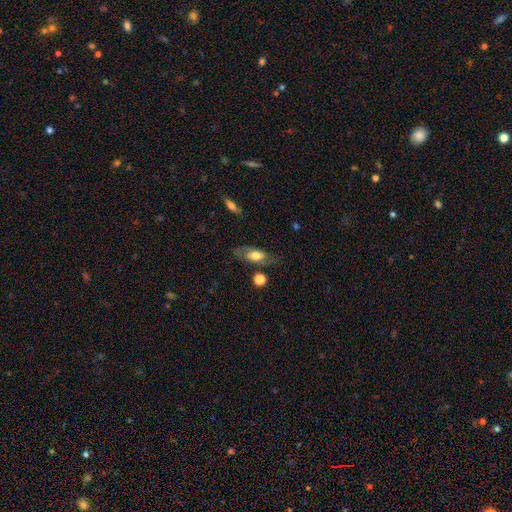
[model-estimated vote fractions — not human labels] Smooth or featured? featured or disk (47%)
Merging? none (68%)